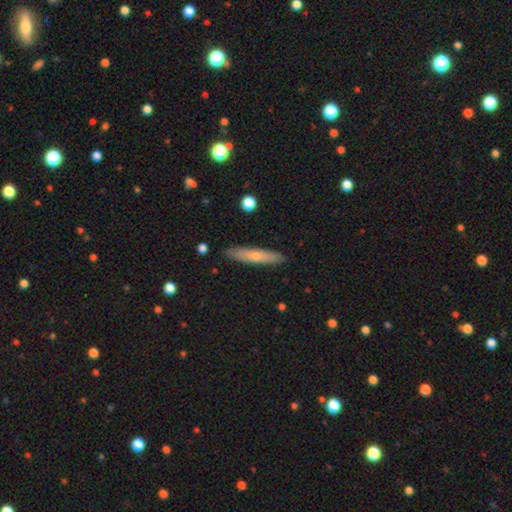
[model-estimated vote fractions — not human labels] A smooth galaxy with no disk features (57%) that is cigar-shaped (90%). Merging: none (90%).